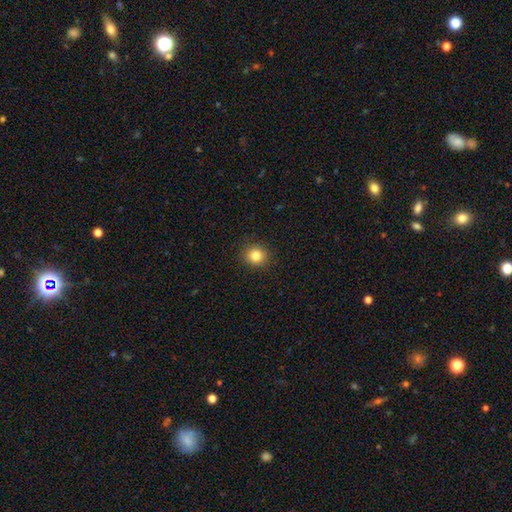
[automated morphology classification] This appears to be a smooth galaxy with no disk features (84%) that is round (89%). Merging: none (90%).